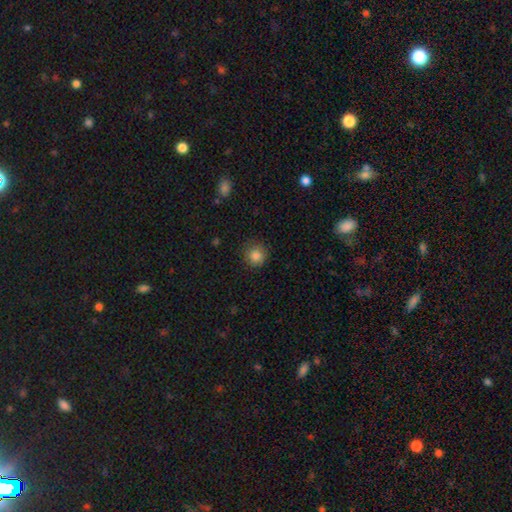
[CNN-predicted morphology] Smooth or featured: smooth — 85% (star or artifact — 10%)
How rounded: round — 92% (in between — 7%)
Merging: none — 85% (minor disturbance — 11%)